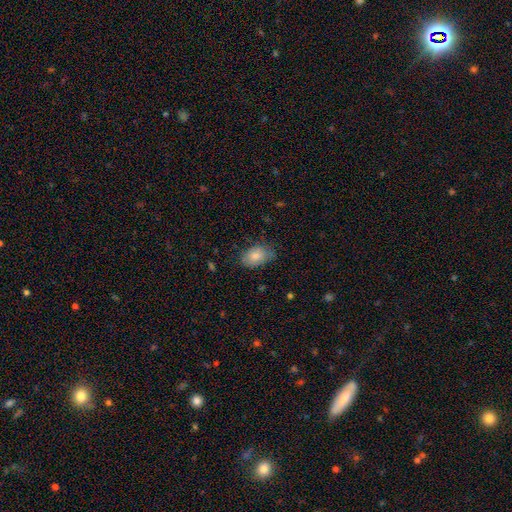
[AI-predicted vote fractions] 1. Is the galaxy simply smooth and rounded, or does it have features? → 82% smooth, 11% featured or disk, 7% star or artifact.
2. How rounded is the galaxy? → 86% in between, 13% round, 1% cigar-shaped.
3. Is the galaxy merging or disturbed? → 68% none, 25% minor disturbance, 5% major disturbance, 1% merger.